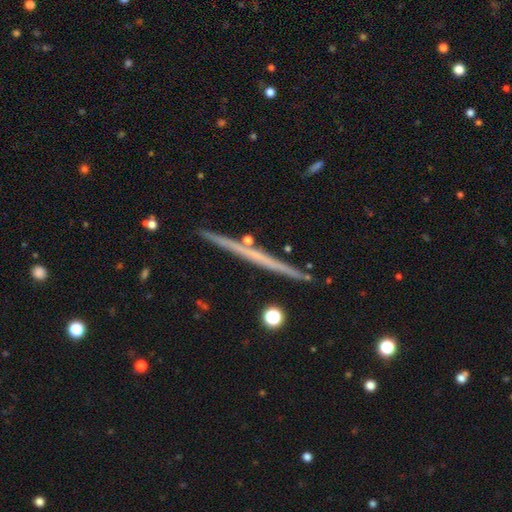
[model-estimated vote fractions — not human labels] Q: Smooth or featured?
A: featured or disk (66%); runner-up: smooth (27%)
Q: Edge-on disk?
A: yes (98%); runner-up: no (2%)
Q: Edge-on bulge?
A: none (85%); runner-up: rounded (12%)
Q: Merging?
A: none (91%); runner-up: minor disturbance (6%)